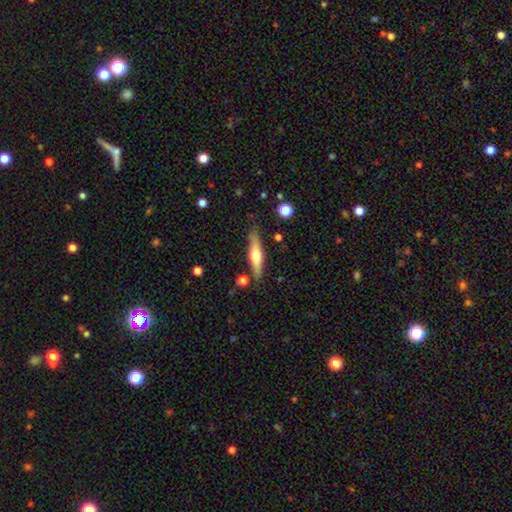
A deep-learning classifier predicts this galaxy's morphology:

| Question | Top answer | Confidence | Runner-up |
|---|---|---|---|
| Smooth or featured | featured or disk | 53% | smooth (41%) |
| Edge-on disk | yes | 94% | no (6%) |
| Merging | none | 81% | minor disturbance (12%) |